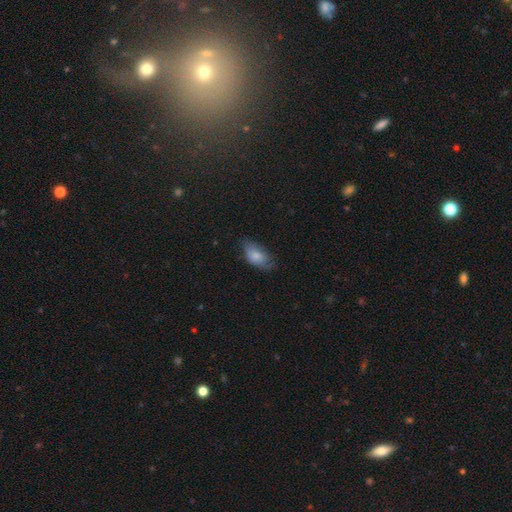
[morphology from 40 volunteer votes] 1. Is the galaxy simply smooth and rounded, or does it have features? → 82% smooth, 10% featured or disk, 8% star or artifact.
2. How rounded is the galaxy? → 94% in between, 3% round, 3% cigar-shaped.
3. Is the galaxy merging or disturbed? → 43% none, 41% minor disturbance, 16% major disturbance, 0% merger.